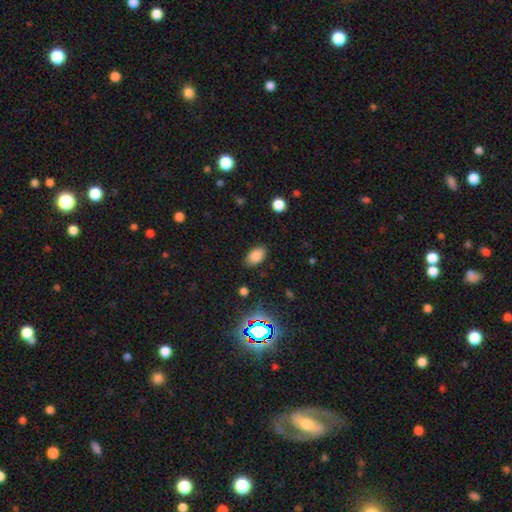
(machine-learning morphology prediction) This appears to be a smooth galaxy with no disk features (82%) that is in between round and cigar-shaped (91%). Merging: none (86%).